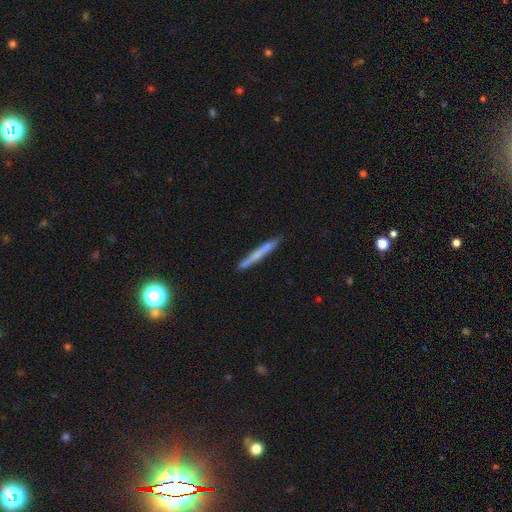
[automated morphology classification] This appears to be a smooth galaxy with no disk features (58%) that is cigar-shaped (96%). Merging: none (83%).